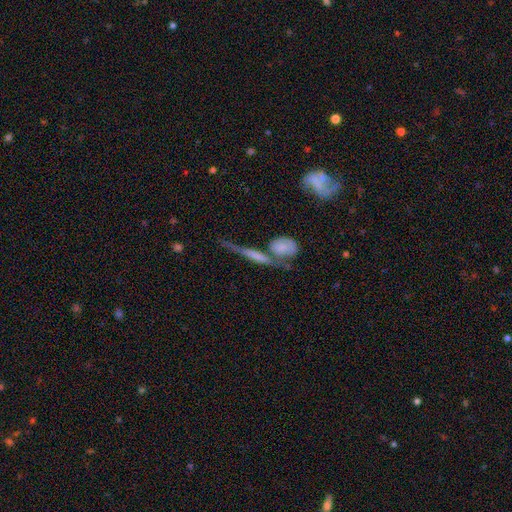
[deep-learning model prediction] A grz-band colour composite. It shows a featured or disk galaxy (50%). Merging: none (38%).